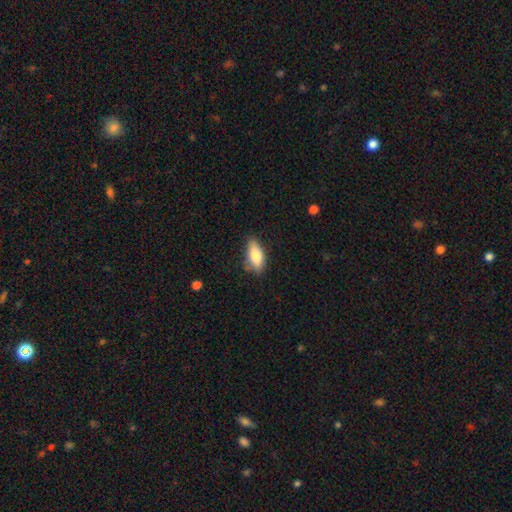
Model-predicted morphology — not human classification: smooth-or-featured: smooth: 75% | featured or disk: 18% | star or artifact: 7%
  how-rounded: in between: 77% | cigar-shaped: 20% | round: 3%
  merging: none: 76% | minor disturbance: 19% | major disturbance: 4% | merger: 2%